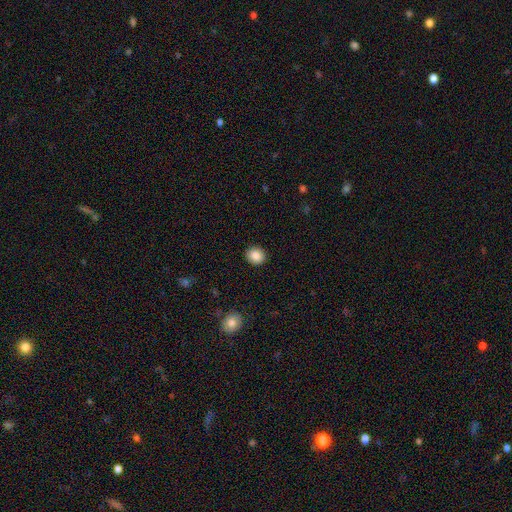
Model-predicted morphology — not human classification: smooth-or-featured: smooth: 86% | star or artifact: 9% | featured or disk: 5%
  how-rounded: round: 80% | in between: 19% | cigar-shaped: 1%
  merging: none: 92% | minor disturbance: 6% | major disturbance: 2% | merger: 1%